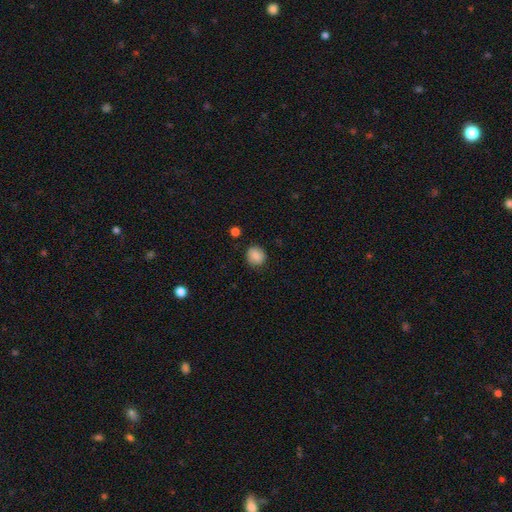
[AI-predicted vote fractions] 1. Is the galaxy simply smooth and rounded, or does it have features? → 81% smooth, 10% featured or disk, 9% star or artifact.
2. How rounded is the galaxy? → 83% round, 16% in between, 1% cigar-shaped.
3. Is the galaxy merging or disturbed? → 83% none, 13% minor disturbance, 3% major disturbance, 2% merger.